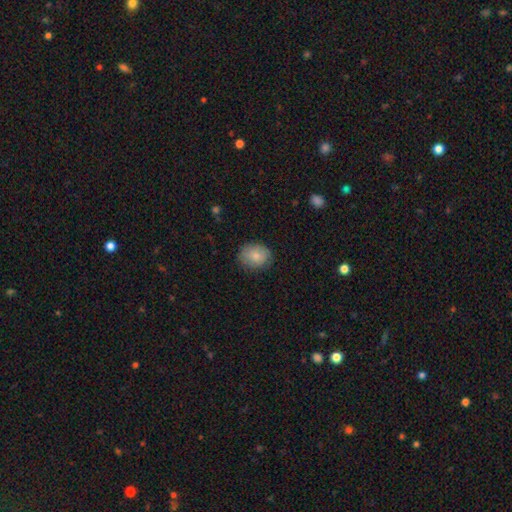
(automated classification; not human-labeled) The model was most divided on "how rounded": round: 52%, in between: 47%, cigar-shaped: 1%. More confident: merging — none (80%); smooth or featured — smooth (80%).